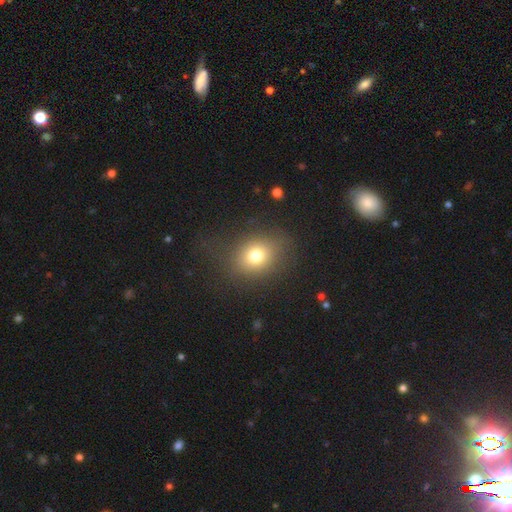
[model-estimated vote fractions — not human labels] Smooth or featured? Predicted: smooth (p=0.75). How rounded? Predicted: round (p=0.57). Merging? Predicted: none (p=0.76).